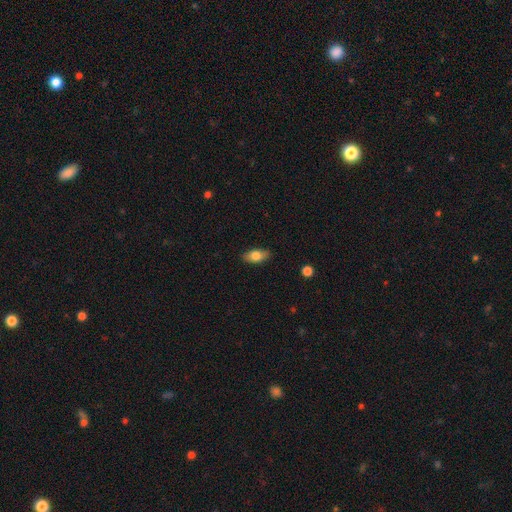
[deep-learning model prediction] Smooth or featured? Predicted: smooth (p=0.77). How rounded? Predicted: in between (p=0.88). Merging? Predicted: none (p=0.87).